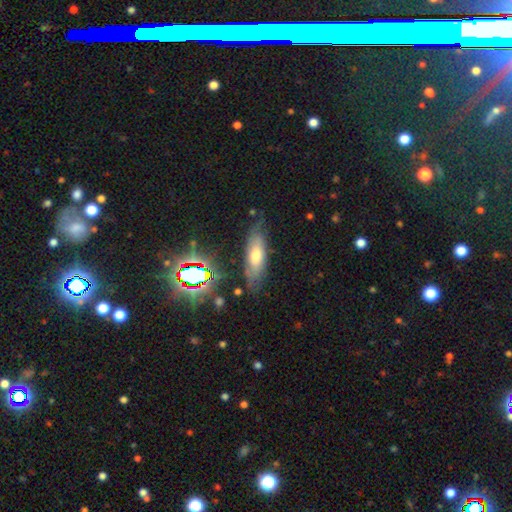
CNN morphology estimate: The model was most divided on "smooth or featured": smooth: 53%, featured or disk: 35%, star or artifact: 12%. More confident: merging — none (70%); how rounded — in between (60%).